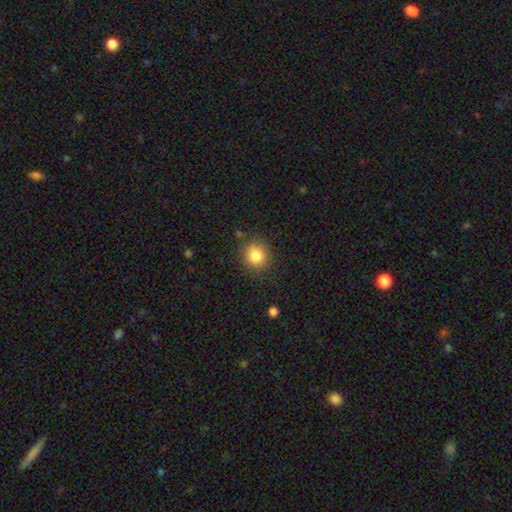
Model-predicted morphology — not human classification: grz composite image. It shows a smooth galaxy with no disk features (83%) that is round (84%). Merging: none (83%).